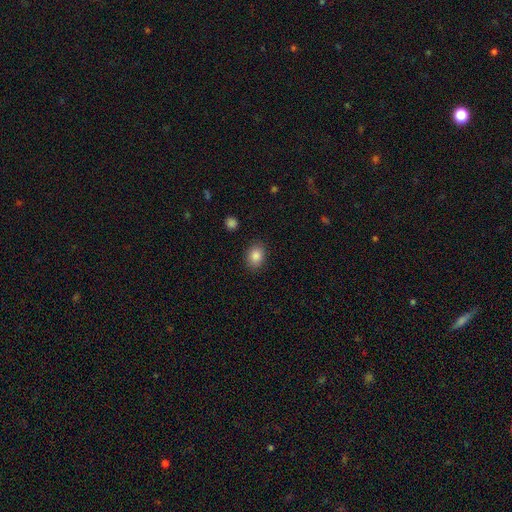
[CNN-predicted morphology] type=smooth (86%); roundness=in between (63%); merging=none (87%).